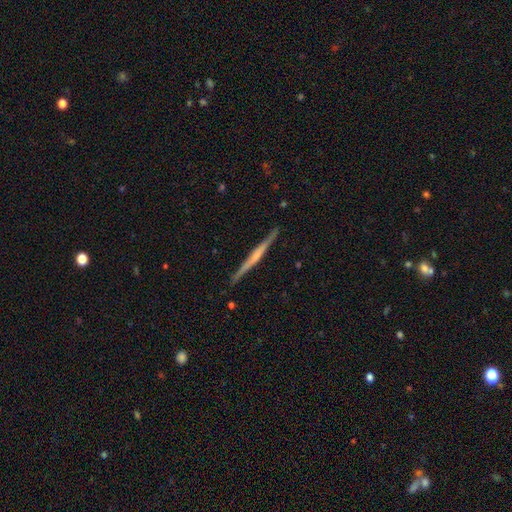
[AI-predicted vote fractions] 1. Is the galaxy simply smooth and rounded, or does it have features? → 72% featured or disk, 23% smooth, 5% star or artifact.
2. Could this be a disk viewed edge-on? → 98% yes, 2% no.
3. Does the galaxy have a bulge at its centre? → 46% rounded, 42% none, 12% boxy.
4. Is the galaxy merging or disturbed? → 90% none, 7% minor disturbance, 1% major disturbance, 1% merger.